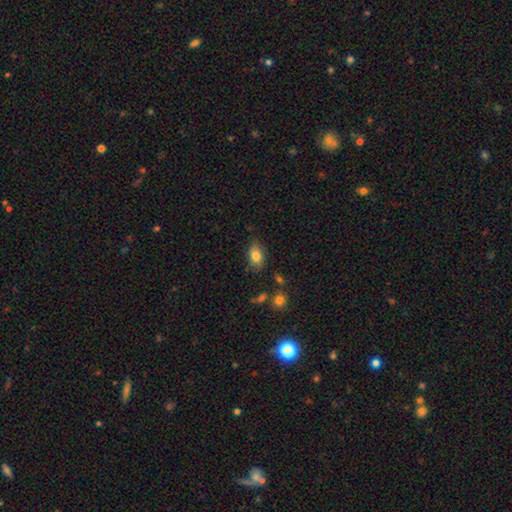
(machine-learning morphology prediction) This is clearly a smooth galaxy (81%). How rounded: clearly in between (85%). Merging: likely none (77%).